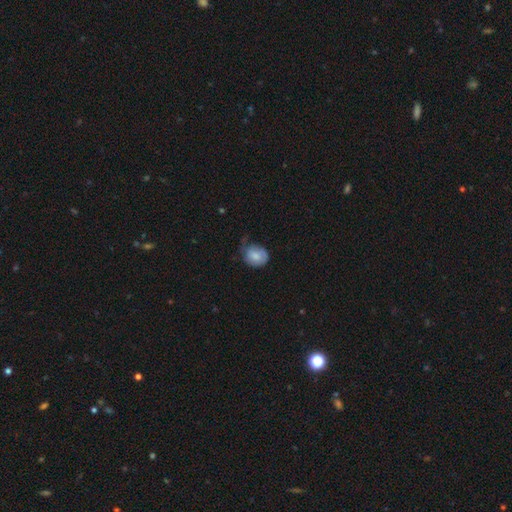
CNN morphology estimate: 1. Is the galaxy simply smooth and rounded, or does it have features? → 68% smooth, 25% featured or disk, 7% star or artifact.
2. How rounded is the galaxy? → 60% round, 39% in between, 1% cigar-shaped.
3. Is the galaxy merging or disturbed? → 45% none, 37% minor disturbance, 16% major disturbance, 2% merger.